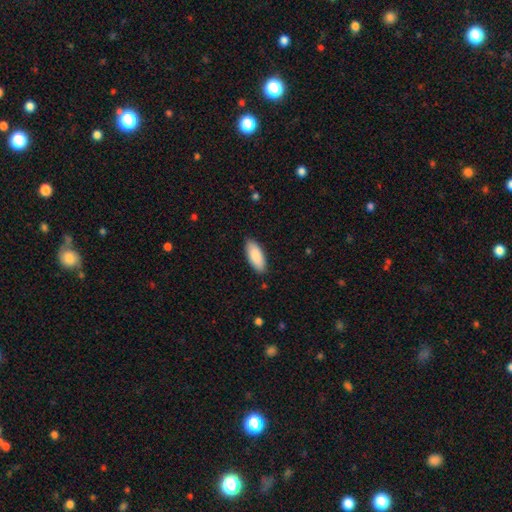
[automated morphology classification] Smooth or featured? smooth (89%)
How rounded? in between (84%)
Merging? none (88%)